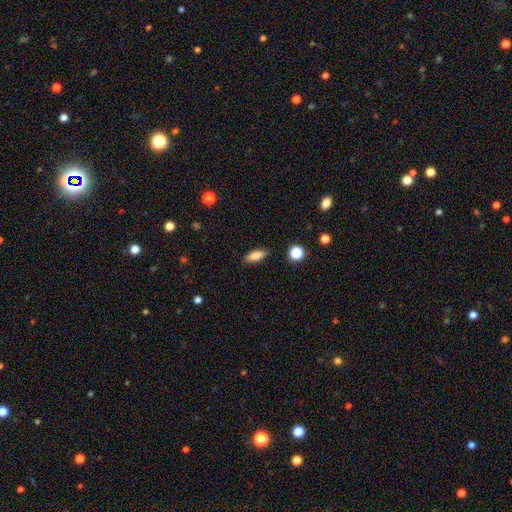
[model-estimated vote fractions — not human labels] Q: Smooth or featured?
A: smooth (83%); runner-up: featured or disk (9%)
Q: How rounded?
A: in between (74%); runner-up: cigar-shaped (23%)
Q: Merging?
A: none (87%); runner-up: minor disturbance (9%)